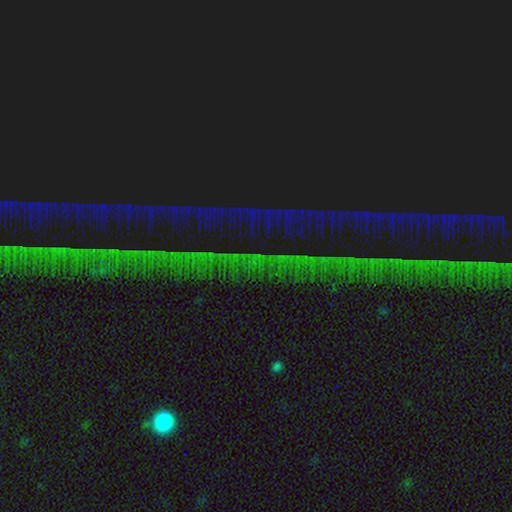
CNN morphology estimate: A star or artifact, not a galaxy (82%).